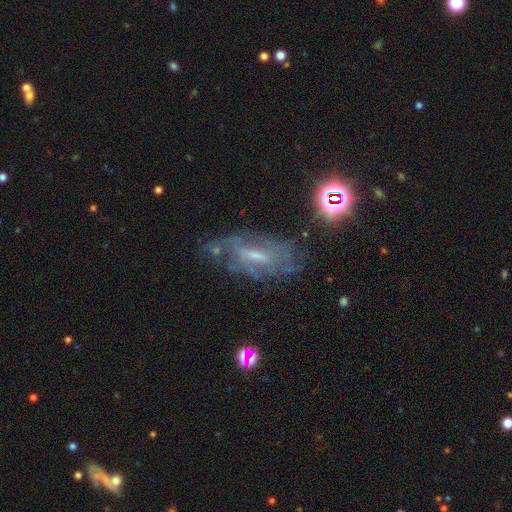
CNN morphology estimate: Smooth or featured? Predicted: featured or disk (p=0.66). Edge-on disk? Predicted: no (p=0.85). Bar? Predicted: weak (p=0.48). Spiral arms? Predicted: yes (p=0.63). Bulge size? Predicted: small (p=0.44). Merging? Predicted: none (p=0.57).